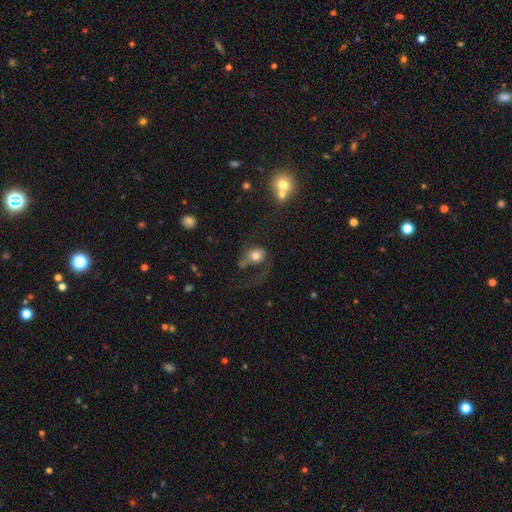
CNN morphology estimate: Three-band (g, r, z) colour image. It shows a smooth galaxy with no disk features (58%) that is in between round and cigar-shaped (52%). Merging: major disturbance (45%).